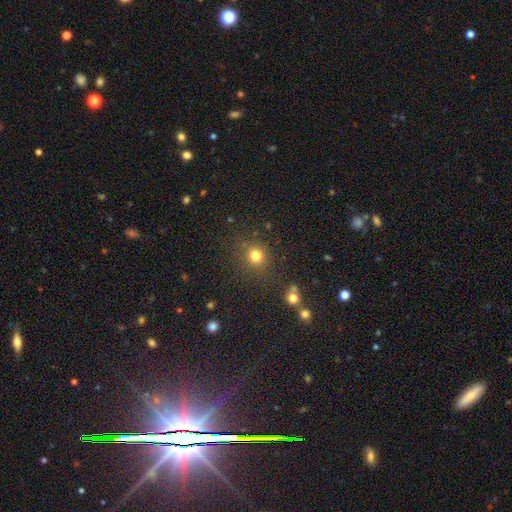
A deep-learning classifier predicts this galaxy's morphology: Smooth or featured: smooth — 78% (star or artifact — 17%)
How rounded: round — 90% (in between — 9%)
Merging: none — 82% (minor disturbance — 9%)